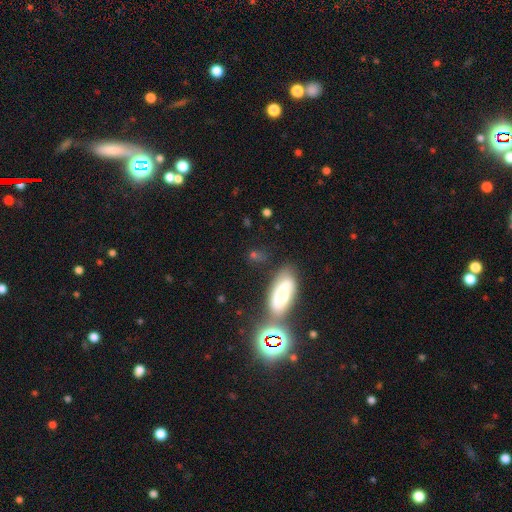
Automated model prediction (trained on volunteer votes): This appears to be a smooth galaxy with no disk features (46%). Merging: none (61%).